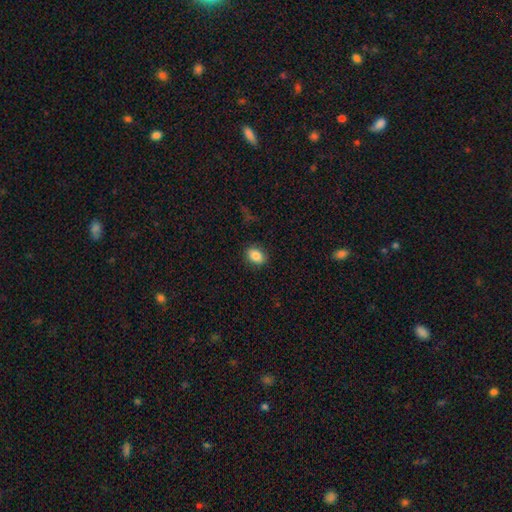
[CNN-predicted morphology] The model was most divided on "how rounded": in between: 68%, round: 31%, cigar-shaped: 1%. More confident: merging — none (87%); smooth or featured — smooth (85%).